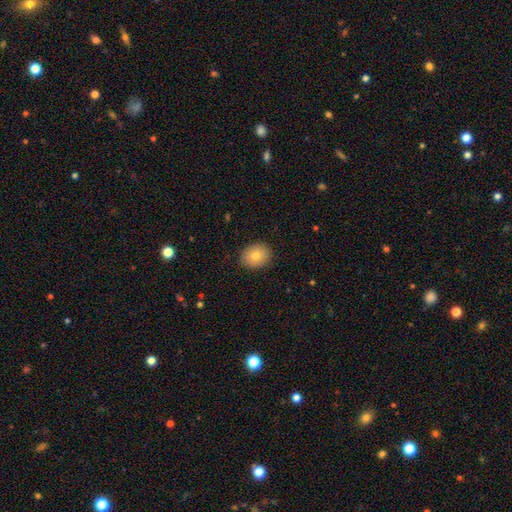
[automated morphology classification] Overall: smooth (80%). How rounded: round (51%; in between 48%). Merging: none (90%).